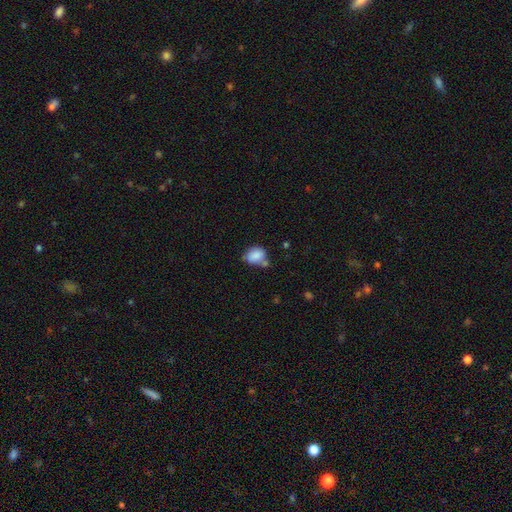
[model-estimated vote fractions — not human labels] Smooth or featured? smooth (83%)
How rounded? in between (59%)
Merging? none (47%)